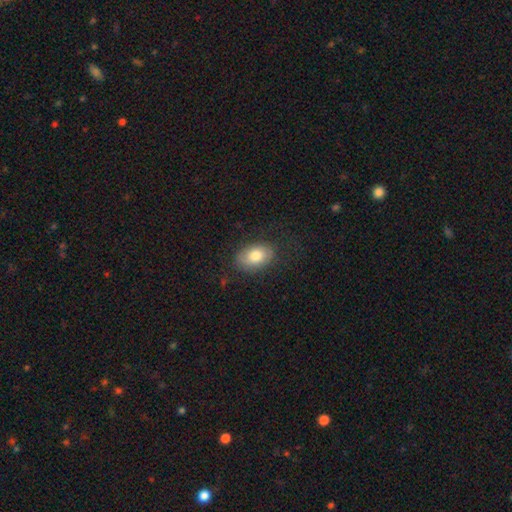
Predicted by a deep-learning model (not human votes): Smooth or featured: smooth — 79% (featured or disk — 14%)
How rounded: in between — 89% (round — 10%)
Merging: none — 79% (minor disturbance — 14%)